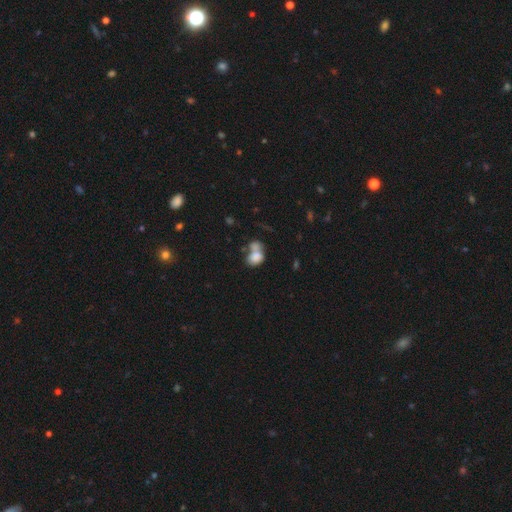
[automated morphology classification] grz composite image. It shows a smooth galaxy with no disk features (79%) that is in between round and cigar-shaped (66%). Merging: merger (55%).